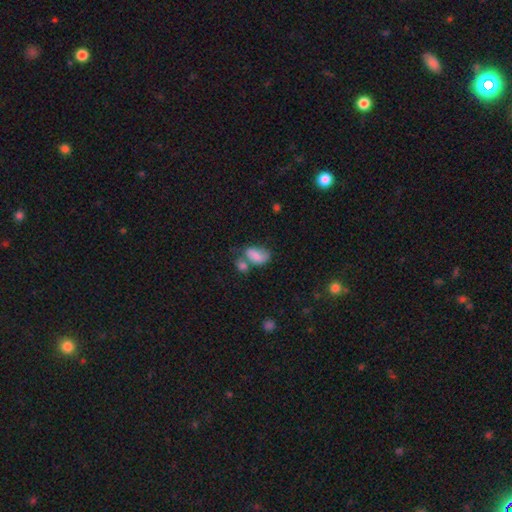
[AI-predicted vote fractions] smooth_or_featured: smooth (p=0.74) [alt: featured or disk p=0.17]
how_rounded: in between (p=0.89) [alt: round p=0.10]
merging: merger (p=0.38) [alt: none p=0.27]